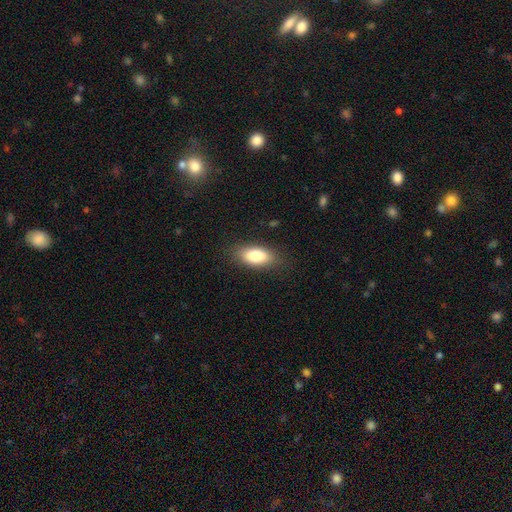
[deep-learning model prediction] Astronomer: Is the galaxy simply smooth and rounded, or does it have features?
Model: smooth — 84%.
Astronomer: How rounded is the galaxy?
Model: in between — 87%.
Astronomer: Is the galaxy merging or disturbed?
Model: none — 83%.